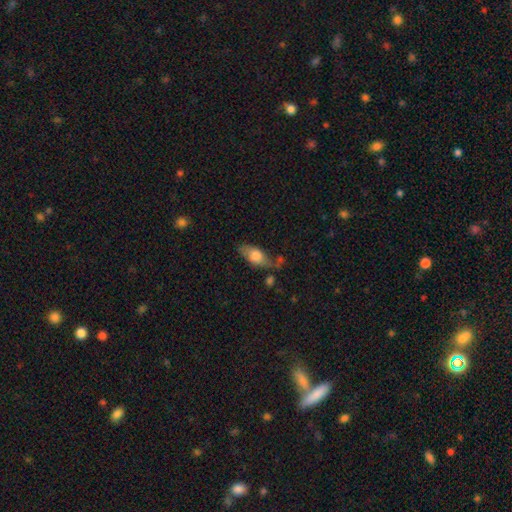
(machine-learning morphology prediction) Smooth or featured? smooth (65%)
How rounded? in between (83%)
Merging? none (54%)